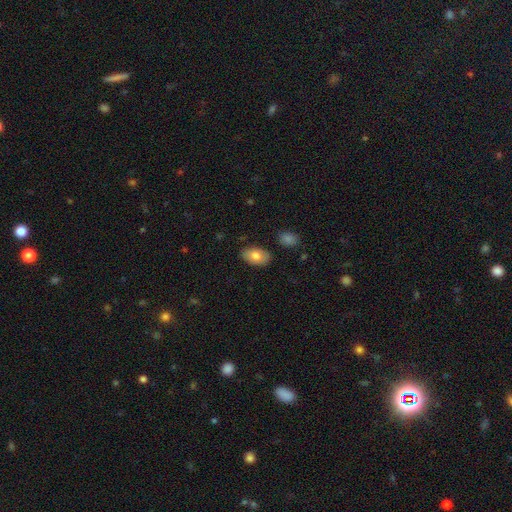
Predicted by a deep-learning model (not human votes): smooth_or_featured: smooth (p=0.79) [alt: featured or disk p=0.15]
how_rounded: in between (p=0.91) [alt: round p=0.07]
merging: none (p=0.84) [alt: minor disturbance p=0.11]